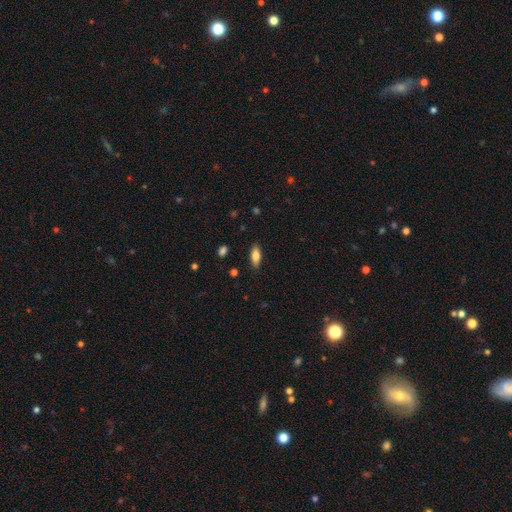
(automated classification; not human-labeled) A smooth galaxy with no disk features (76%) that is in between round and cigar-shaped (74%). Merging: none (87%).